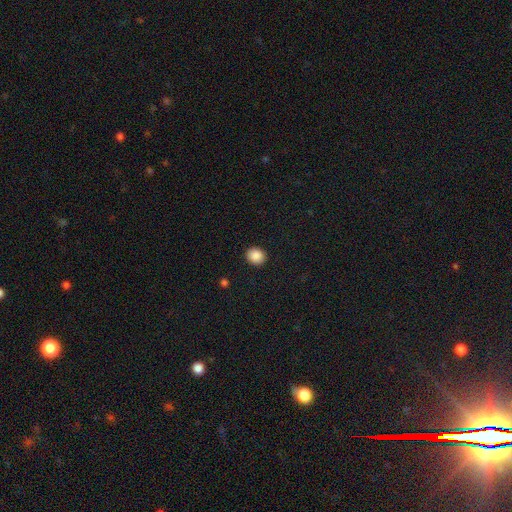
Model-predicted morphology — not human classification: Smooth or featured? Predicted: smooth (p=0.89). How rounded? Predicted: round (p=0.69). Merging? Predicted: none (p=0.92).